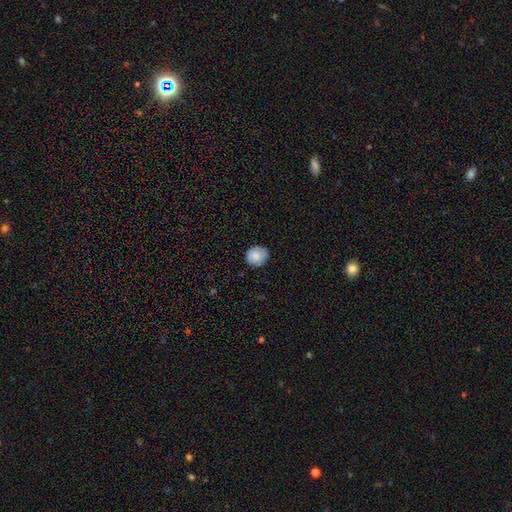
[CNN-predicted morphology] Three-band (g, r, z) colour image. It shows a smooth galaxy with no disk features (83%) that is round (84%). Merging: none (83%).